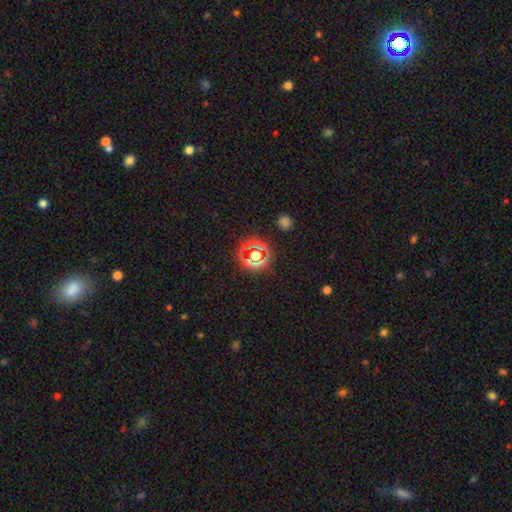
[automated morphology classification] Q: Smooth or featured?
A: star or artifact (58%); runner-up: smooth (32%)